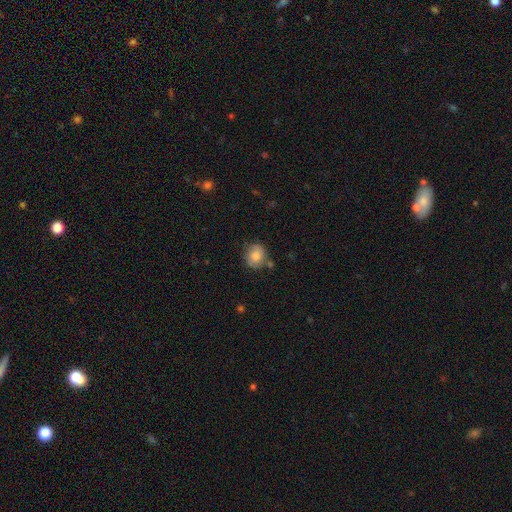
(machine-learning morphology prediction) smooth 76%, featured or disk 16%, star or artifact 9%. Down the decision tree: how rounded — round (76%); merging — none (70%).